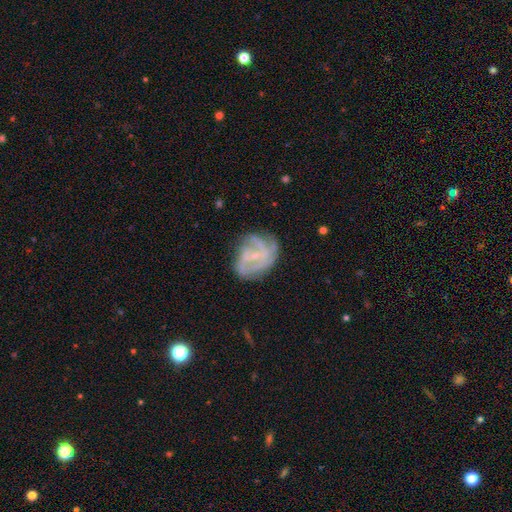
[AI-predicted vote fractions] The model was most divided on "spiral winding": tight: 44%, medium: 39%, loose: 17%. Remaining: edge-on disk — no (98%); spiral arms — yes (84%); smooth or featured — featured or disk (78%); bulge size — small (75%); merging — none (60%); bar — no (55%); spiral arm count — can't tell (35%).